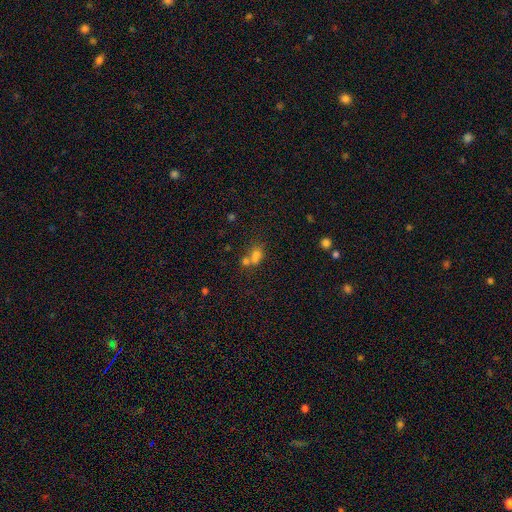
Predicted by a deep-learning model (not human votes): Smooth or featured: smooth — 67% (star or artifact — 19%)
How rounded: in between — 52% (round — 45%)
Merging: merger — 53% (none — 33%)